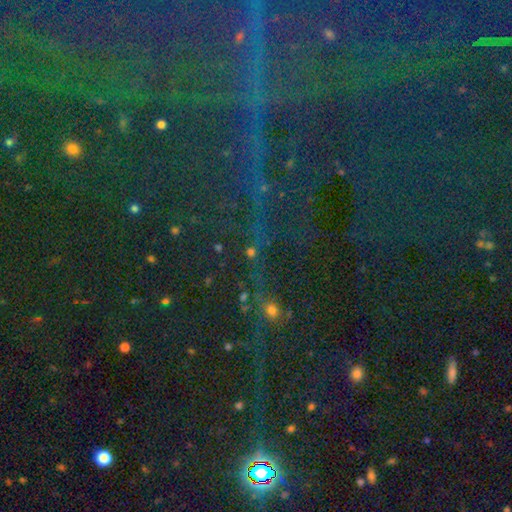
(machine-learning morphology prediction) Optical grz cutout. It shows a star or artifact, not a galaxy (84%).